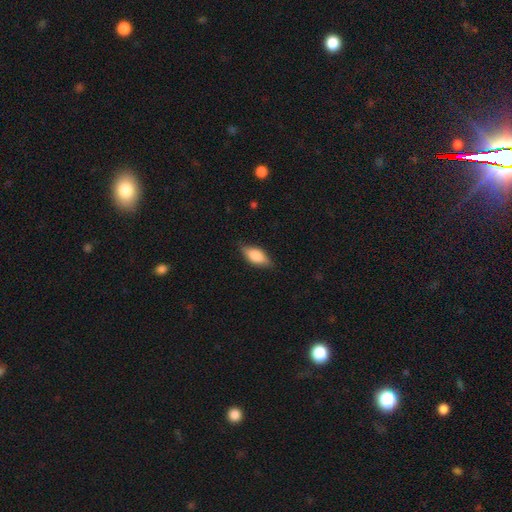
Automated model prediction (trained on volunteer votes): Smooth or featured?
  - smooth: 70% *
  - featured or disk: 23%
  - star or artifact: 7%
How rounded?
  - in between: 81% *
  - cigar-shaped: 15%
  - round: 4%
Merging?
  - none: 79% *
  - minor disturbance: 17%
  - major disturbance: 3%
  - merger: 1%